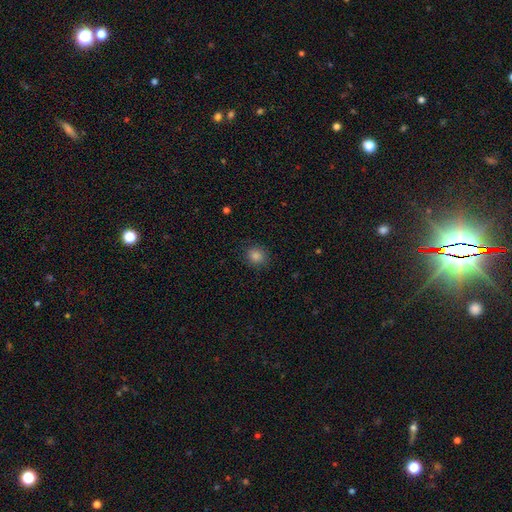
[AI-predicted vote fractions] The model was most divided on "how rounded": round: 82%, in between: 17%, cigar-shaped: 1%. More confident: merging — none (88%); smooth or featured — smooth (82%).